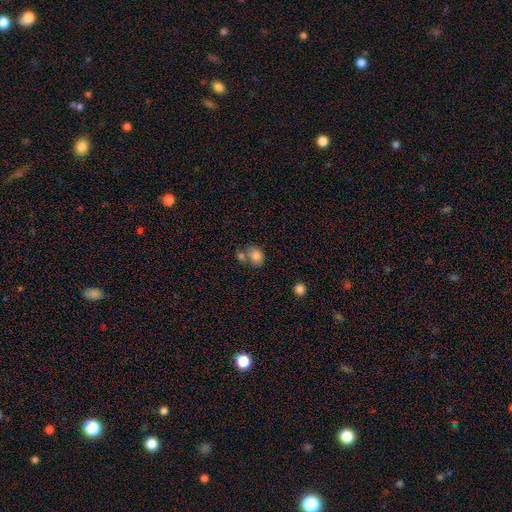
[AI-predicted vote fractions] A smooth galaxy with no disk features (82%) that is in between round and cigar-shaped (59%). Merging: none (47%).